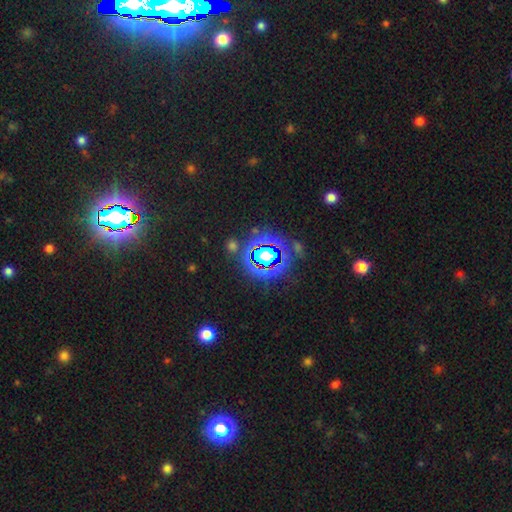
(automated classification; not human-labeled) Smooth or featured?
  - star or artifact: 74% *
  - smooth: 16%
  - featured or disk: 9%